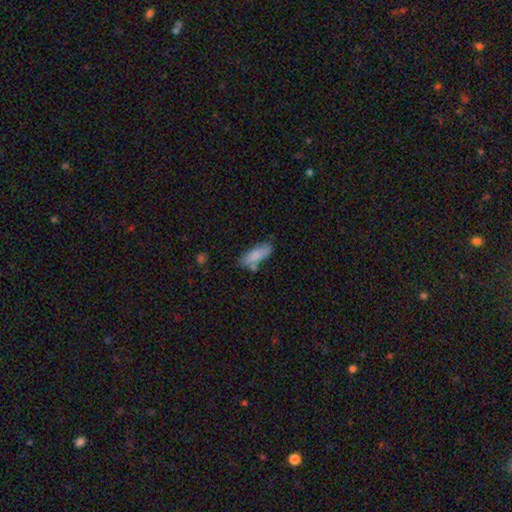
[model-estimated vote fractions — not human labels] Morphology: type=smooth (82%); roundness=in between (67%); merging=none (60%).